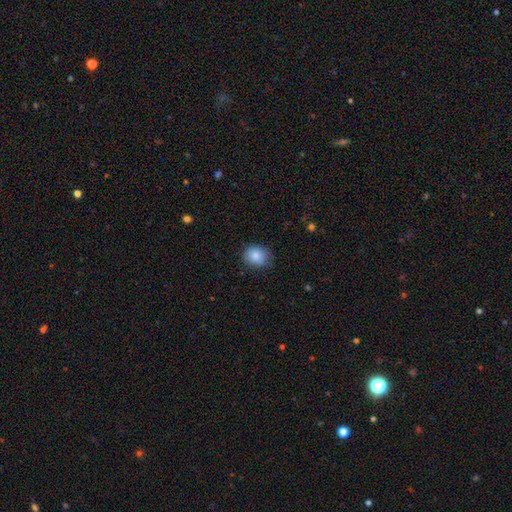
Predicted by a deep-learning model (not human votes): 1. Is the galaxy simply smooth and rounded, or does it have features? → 85% smooth, 8% star or artifact, 6% featured or disk.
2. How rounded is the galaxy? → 60% round, 39% in between, 1% cigar-shaped.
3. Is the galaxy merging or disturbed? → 78% none, 18% minor disturbance, 3% major disturbance, 1% merger.